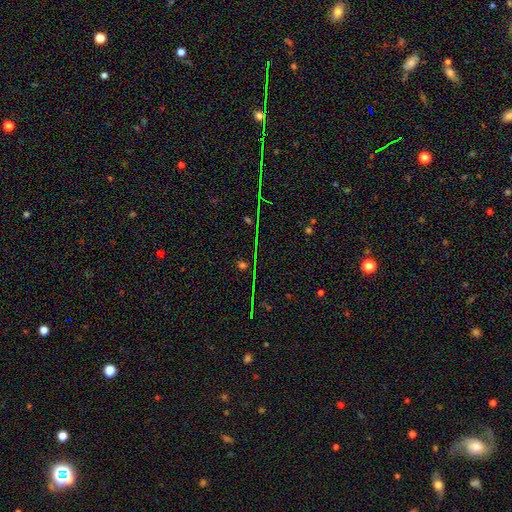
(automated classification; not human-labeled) A star or artifact, not a galaxy (76%).

Vote fractions:
- Smooth or featured? star or artifact: 76% / smooth: 14% / featured or disk: 10%